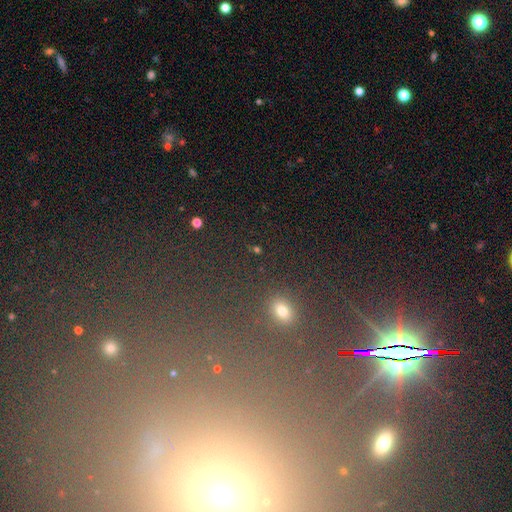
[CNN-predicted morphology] This is likely a star or artifact rather than a galaxy (64%).